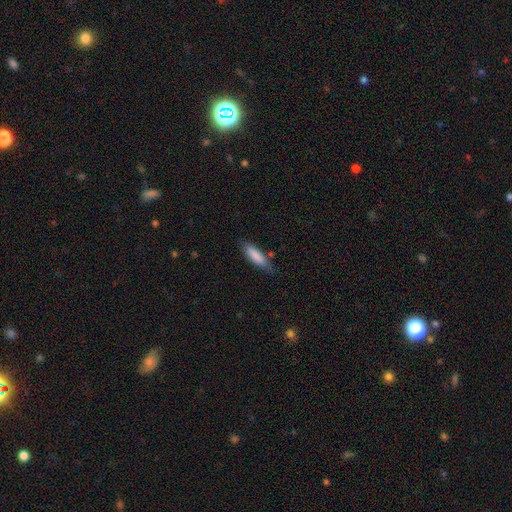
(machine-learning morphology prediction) This is clearly a smooth galaxy (83%). How rounded: likely cigar-shaped (64%). Merging: likely none (73%).